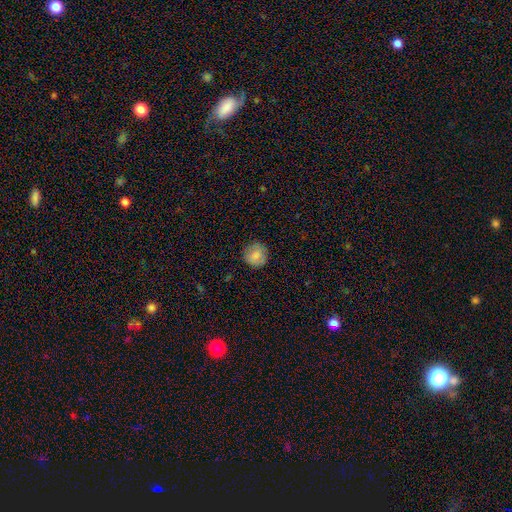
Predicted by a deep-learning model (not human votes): This appears to be a smooth galaxy with no disk features (83%) that is round (92%). Merging: none (85%).